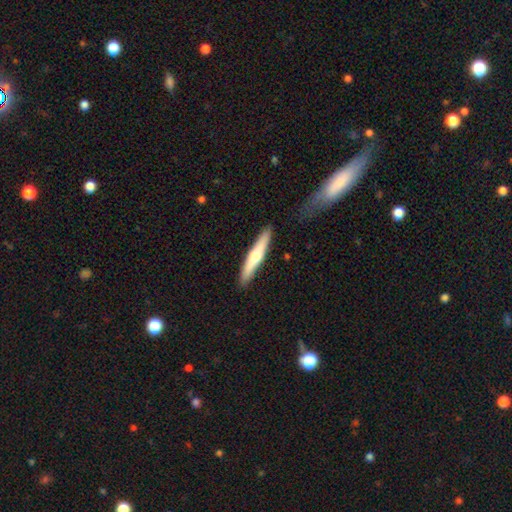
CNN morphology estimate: smooth-or-featured: smooth: 51% | featured or disk: 44% | star or artifact: 5%
  how-rounded: cigar-shaped: 91% | in between: 8% | round: 1%
  merging: none: 89% | minor disturbance: 8% | major disturbance: 2% | merger: 1%